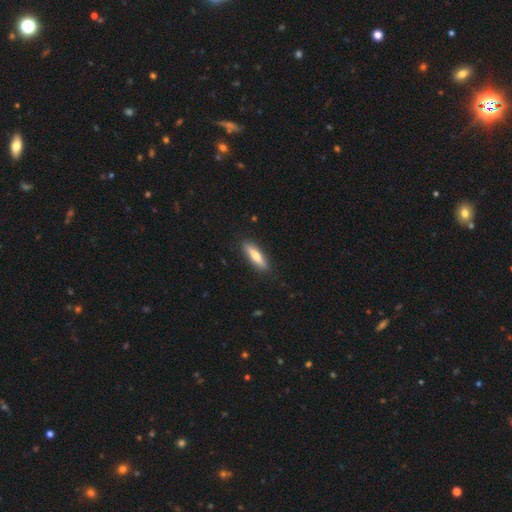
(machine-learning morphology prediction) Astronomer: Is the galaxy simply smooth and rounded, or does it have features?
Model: smooth — 68%.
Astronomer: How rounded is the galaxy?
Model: cigar-shaped — 69%.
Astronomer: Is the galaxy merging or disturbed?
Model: none — 88%.